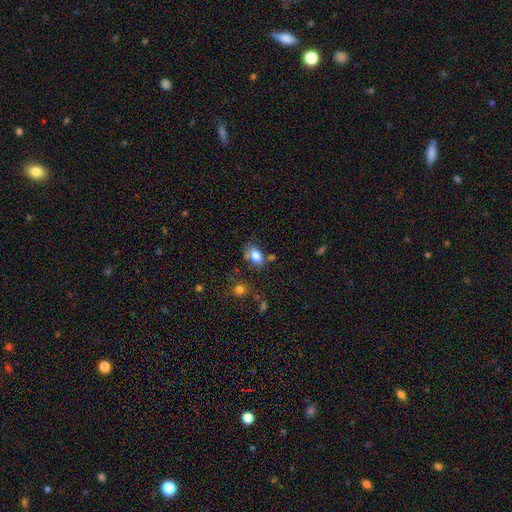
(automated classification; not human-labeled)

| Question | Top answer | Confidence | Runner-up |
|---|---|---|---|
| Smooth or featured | smooth | 80% | featured or disk (10%) |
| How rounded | in between | 83% | round (16%) |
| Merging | none | 59% | minor disturbance (22%) |